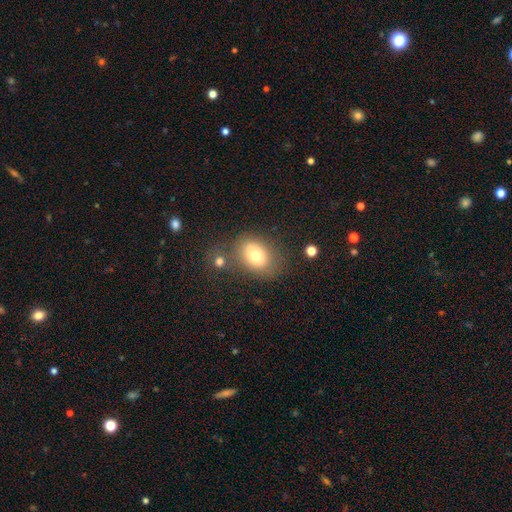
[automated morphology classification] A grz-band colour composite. It shows a smooth galaxy with no disk features (73%) that is in between round and cigar-shaped (64%). Merging: none (66%).